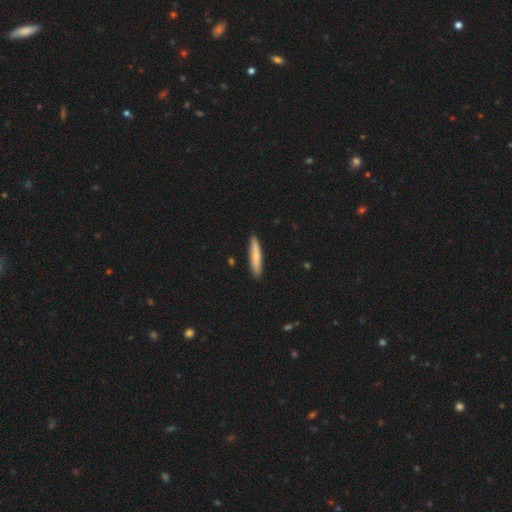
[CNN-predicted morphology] Smooth or featured: smooth — 72% (featured or disk — 22%)
How rounded: cigar-shaped — 90% (in between — 9%)
Merging: none — 90% (minor disturbance — 7%)